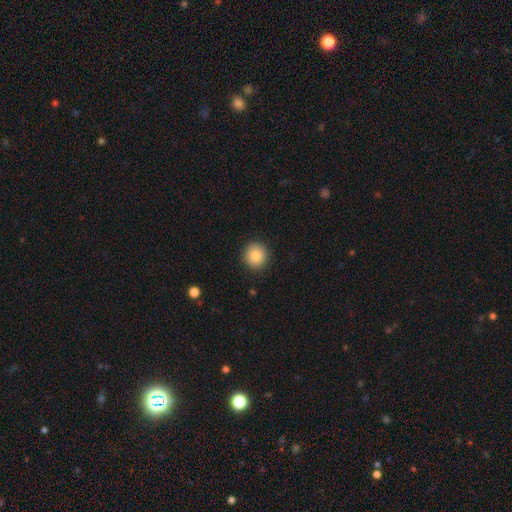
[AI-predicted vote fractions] A smooth galaxy with no disk features (85%) that is round (94%). Merging: none (92%).